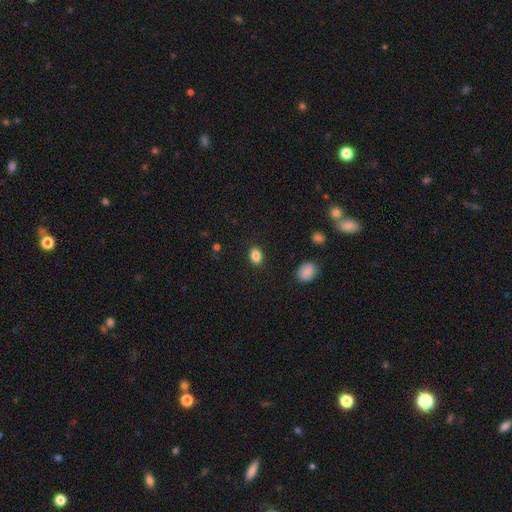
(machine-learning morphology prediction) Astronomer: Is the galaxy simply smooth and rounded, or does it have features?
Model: smooth — 86%.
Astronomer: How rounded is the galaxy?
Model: in between — 81%.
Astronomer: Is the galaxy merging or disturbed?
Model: none — 87%.